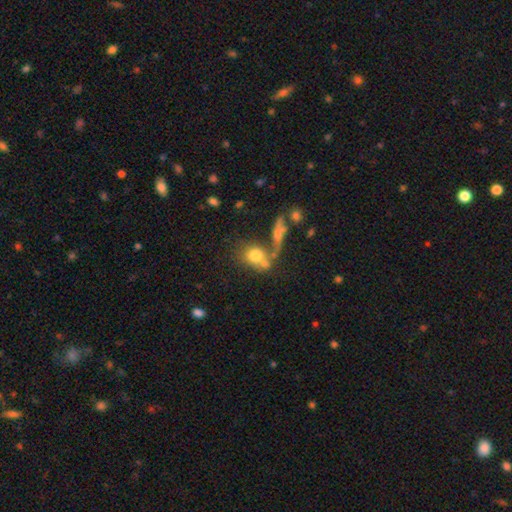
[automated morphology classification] smooth 72%, featured or disk 17%, star or artifact 11%. Down the decision tree: how rounded — round (63%); merging — none (42%).